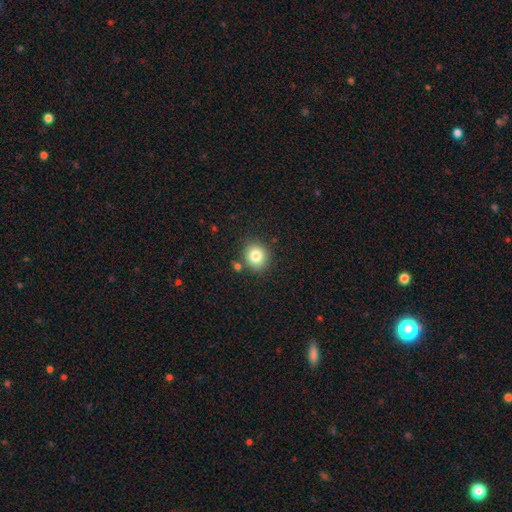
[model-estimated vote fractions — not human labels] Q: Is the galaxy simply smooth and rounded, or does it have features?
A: smooth — 82%.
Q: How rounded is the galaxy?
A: round — 77%.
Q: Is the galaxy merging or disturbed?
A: none — 82%.